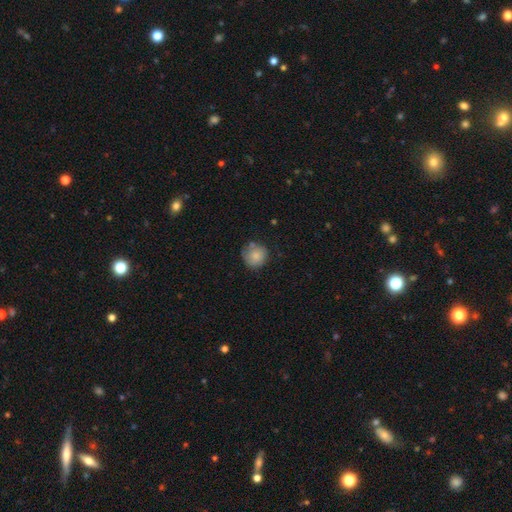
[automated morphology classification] Smooth or featured? smooth (82%)
How rounded? round (90%)
Merging? none (68%)